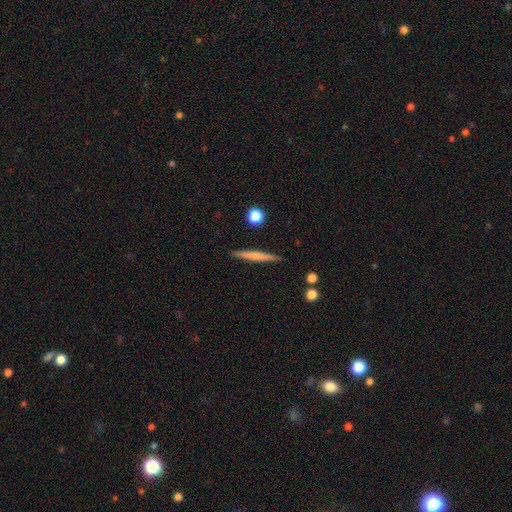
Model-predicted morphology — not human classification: Smooth or featured?
  - smooth: 56% *
  - featured or disk: 38%
  - star or artifact: 6%
How rounded?
  - cigar-shaped: 95% *
  - in between: 3%
  - round: 2%
Merging?
  - none: 91% *
  - minor disturbance: 6%
  - major disturbance: 1%
  - merger: 1%